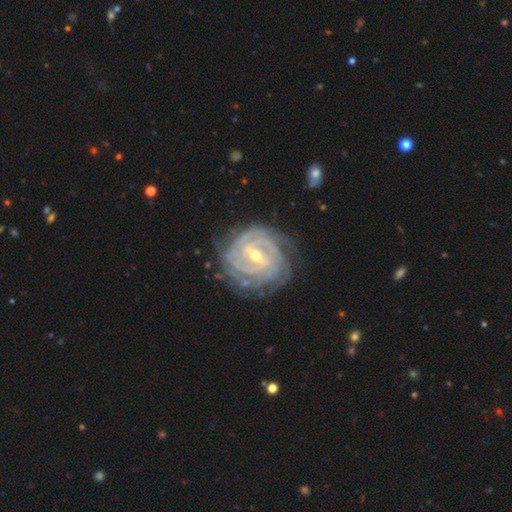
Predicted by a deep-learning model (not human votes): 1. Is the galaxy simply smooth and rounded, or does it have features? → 92% featured or disk, 4% star or artifact, 3% smooth.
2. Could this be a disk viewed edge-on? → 98% no, 2% yes.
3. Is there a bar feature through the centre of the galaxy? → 46% weak, 40% strong, 14% no.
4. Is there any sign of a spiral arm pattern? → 98% yes, 2% no.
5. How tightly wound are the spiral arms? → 84% tight, 14% medium, 2% loose.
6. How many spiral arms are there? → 27% 4, 21% 3, 19% can't tell, 15% 2, 11% more than 4, 7% 1.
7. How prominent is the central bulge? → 52% small, 46% moderate, 1% large, 1% none, 1% dominant.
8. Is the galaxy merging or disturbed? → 80% none, 14% minor disturbance, 5% major disturbance, 1% merger.